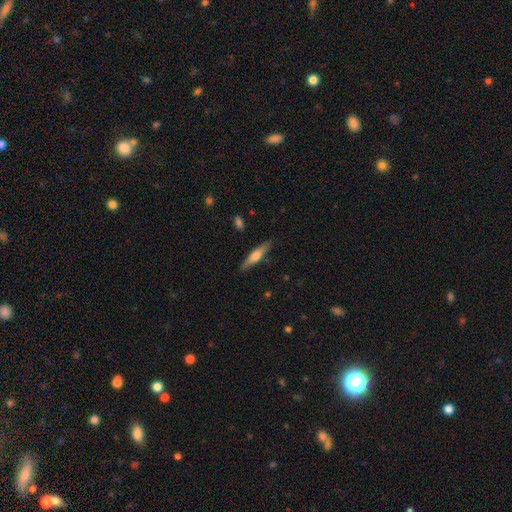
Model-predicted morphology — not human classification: smooth_or_featured: featured or disk (p=0.54) [alt: smooth p=0.40]
disk_edge_on: yes (p=0.95) [alt: no p=0.05]
edge_on_bulge: rounded (p=0.87) [alt: boxy p=0.08]
merging: none (p=0.87) [alt: minor disturbance p=0.09]